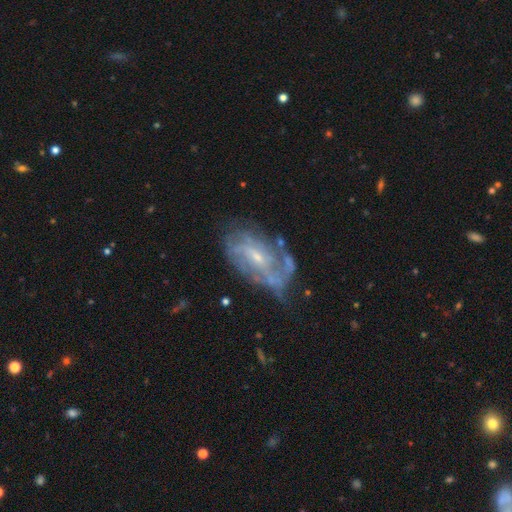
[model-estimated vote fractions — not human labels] Q: Smooth or featured?
A: featured or disk (77%); runner-up: smooth (13%)
Q: Edge-on disk?
A: no (95%); runner-up: yes (5%)
Q: Bar?
A: weak (44%); runner-up: no (43%)
Q: Spiral arms?
A: yes (82%); runner-up: no (18%)
Q: Spiral winding?
A: tight (43%); runner-up: medium (39%)
Q: Spiral arm count?
A: can't tell (40%); runner-up: 2 (32%)
Q: Bulge size?
A: small (63%); runner-up: moderate (30%)
Q: Merging?
A: none (58%); runner-up: minor disturbance (23%)